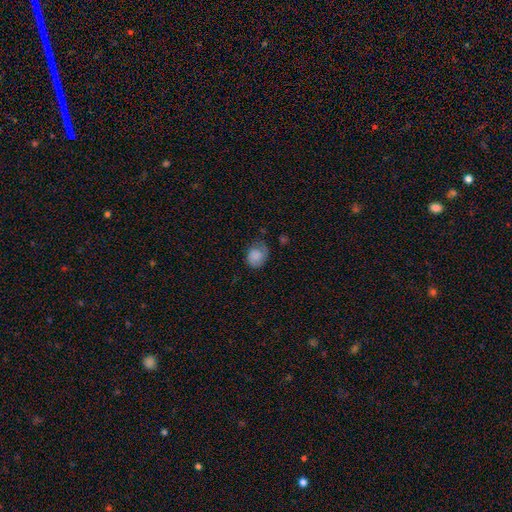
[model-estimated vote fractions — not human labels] Smooth or featured? Predicted: smooth (p=0.76). How rounded? Predicted: round (p=0.54). Merging? Predicted: none (p=0.53).